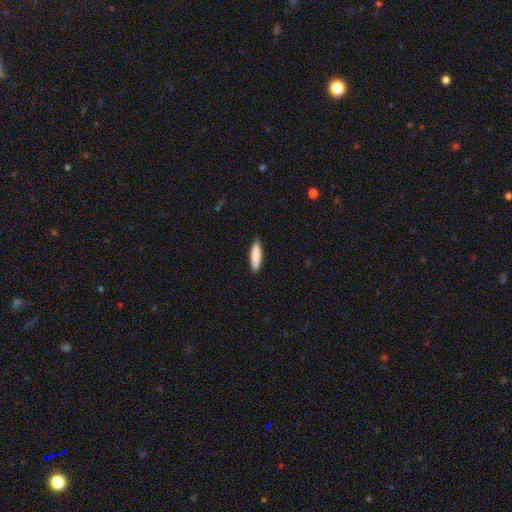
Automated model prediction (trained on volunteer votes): The model was most divided on "how rounded": cigar-shaped: 64%, in between: 35%, round: 1%. More confident: merging — none (89%); smooth or featured — smooth (88%).